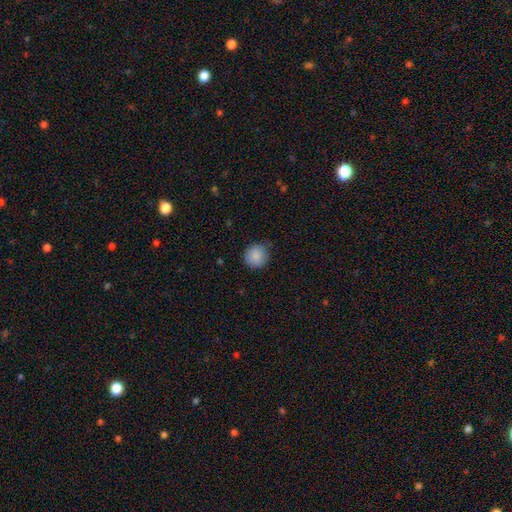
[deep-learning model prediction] Smooth or featured? smooth (88%)
How rounded? round (92%)
Merging? none (79%)